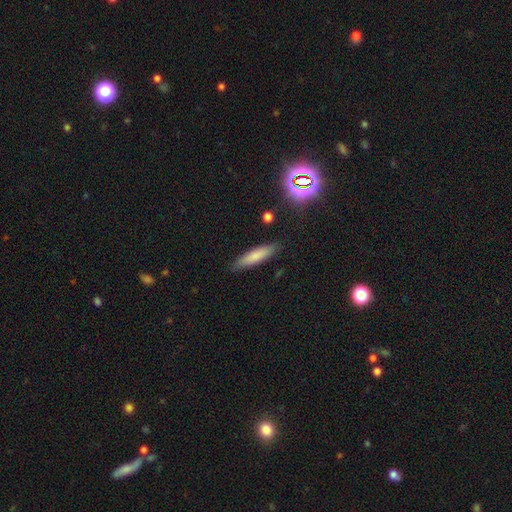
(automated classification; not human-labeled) A smooth galaxy with no disk features (76%) that is cigar-shaped (78%).

Vote fractions:
- Smooth or featured? smooth: 76% / featured or disk: 15% / star or artifact: 9%
- How rounded? cigar-shaped: 78% / in between: 20% / round: 2%
- Merging? none: 87% / minor disturbance: 10% / major disturbance: 2% / merger: 2%